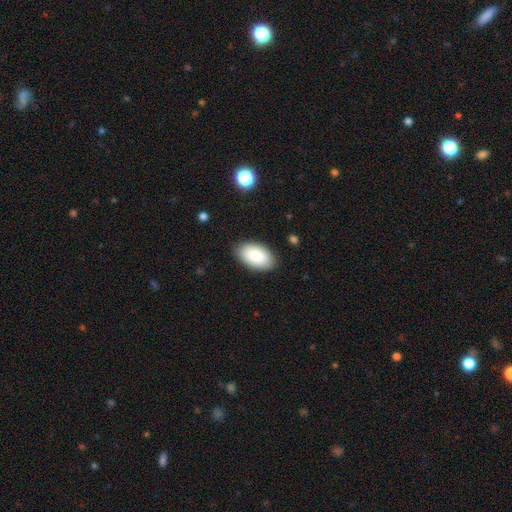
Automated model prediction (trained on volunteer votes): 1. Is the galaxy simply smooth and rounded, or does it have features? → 86% smooth, 8% featured or disk, 6% star or artifact.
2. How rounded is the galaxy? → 95% in between, 4% round, 1% cigar-shaped.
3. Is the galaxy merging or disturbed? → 86% none, 11% minor disturbance, 2% major disturbance, 1% merger.